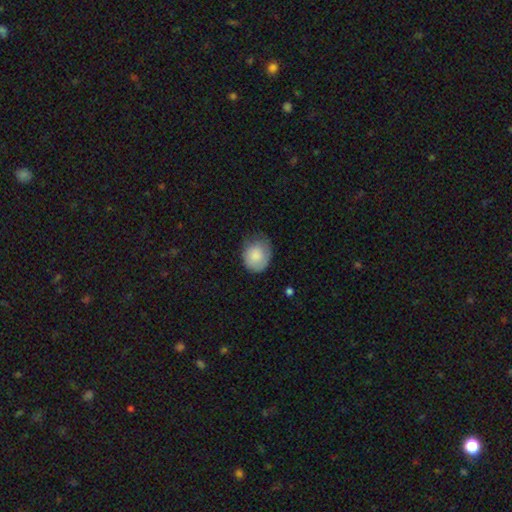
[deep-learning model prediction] Smooth or featured?
  - smooth: 81% *
  - featured or disk: 13%
  - star or artifact: 7%
How rounded?
  - round: 61% *
  - in between: 39%
  - cigar-shaped: 1%
Merging?
  - none: 56% *
  - minor disturbance: 32%
  - major disturbance: 11%
  - merger: 1%